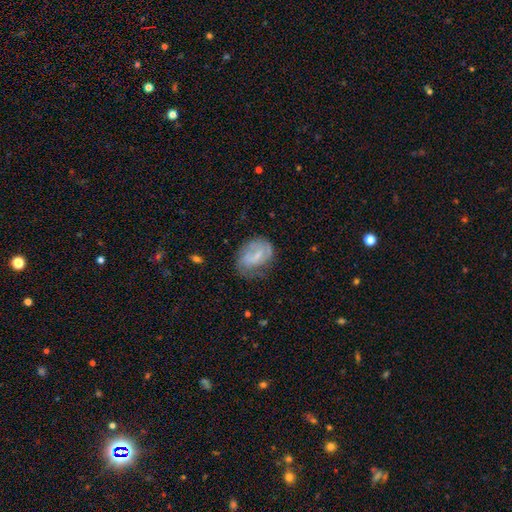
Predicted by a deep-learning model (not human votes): This is possibly a featured or disk galaxy (49%). Merging: marginally none (45%).